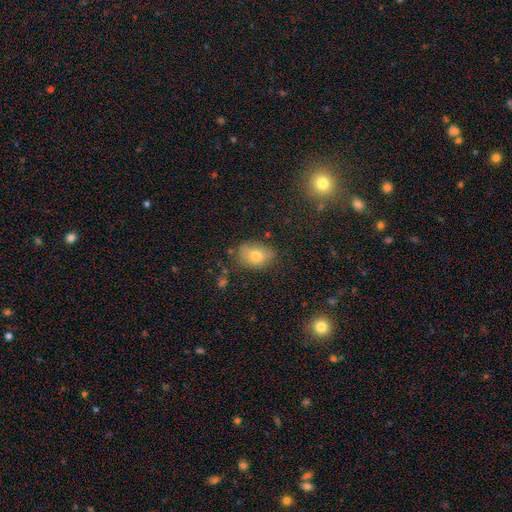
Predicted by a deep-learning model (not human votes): Smooth or featured: smooth — 73% (featured or disk — 17%)
How rounded: in between — 76% (round — 22%)
Merging: none — 71% (minor disturbance — 22%)